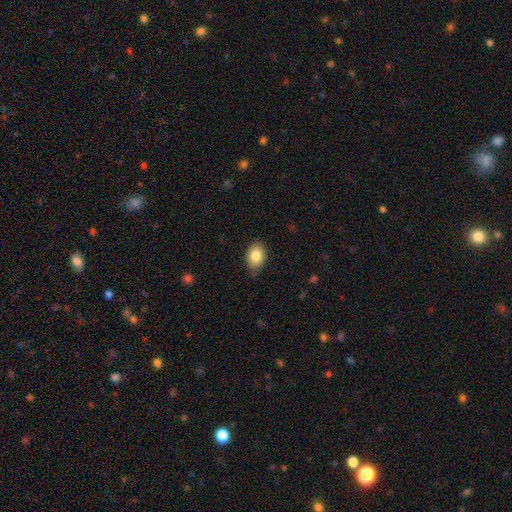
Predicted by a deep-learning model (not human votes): A smooth galaxy with no disk features (84%) that is in between round and cigar-shaped (82%).

Vote fractions:
- Smooth or featured? smooth: 84% / featured or disk: 9% / star or artifact: 7%
- How rounded? in between: 82% / round: 17% / cigar-shaped: 1%
- Merging? none: 81% / minor disturbance: 15% / major disturbance: 3% / merger: 1%